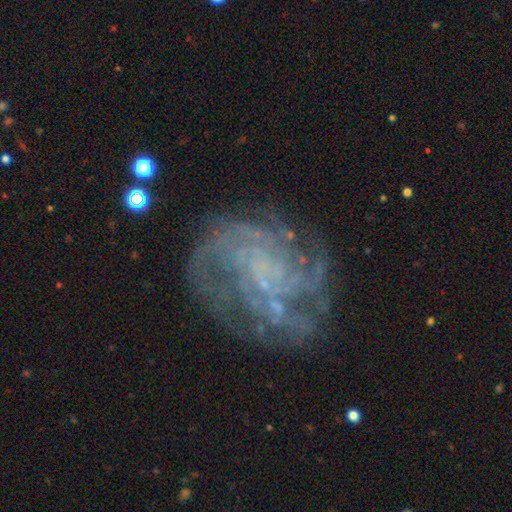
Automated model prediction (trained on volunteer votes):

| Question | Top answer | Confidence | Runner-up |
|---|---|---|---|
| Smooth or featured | featured or disk | 84% | star or artifact (8%) |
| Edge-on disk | no | 98% | yes (2%) |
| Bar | no | 67% | weak (27%) |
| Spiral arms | yes | 93% | no (7%) |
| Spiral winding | tight | 54% | medium (35%) |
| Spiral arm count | can't tell | 32% | 4 (19%) |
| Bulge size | none | 46% | small (41%) |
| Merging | none | 66% | minor disturbance (18%) |